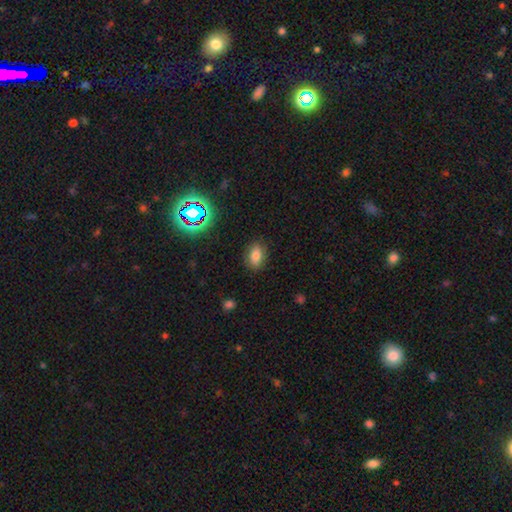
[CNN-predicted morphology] smooth_or_featured: smooth (p=0.75) [alt: star or artifact p=0.15]
how_rounded: in between (p=0.81) [alt: round p=0.15]
merging: none (p=0.85) [alt: minor disturbance p=0.11]